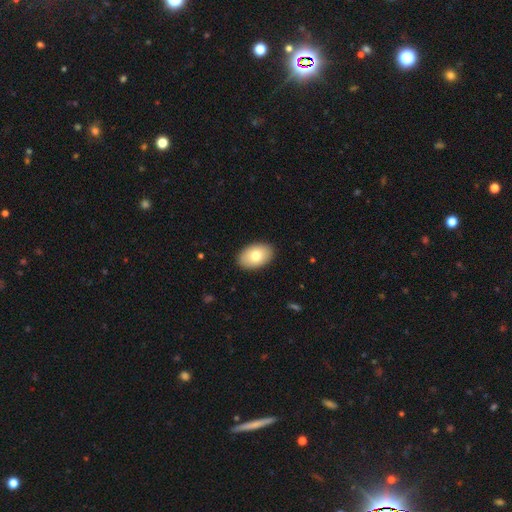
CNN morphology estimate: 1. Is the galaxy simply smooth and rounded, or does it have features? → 78% smooth, 15% featured or disk, 7% star or artifact.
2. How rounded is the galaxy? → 90% in between, 9% round, 1% cigar-shaped.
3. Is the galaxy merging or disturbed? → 90% none, 8% minor disturbance, 2% major disturbance, 1% merger.